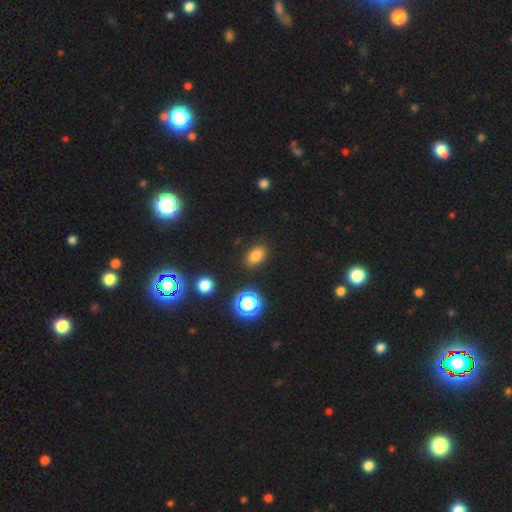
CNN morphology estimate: The model was most divided on "how rounded": in between: 80%, round: 18%, cigar-shaped: 2%. More confident: merging — none (87%); smooth or featured — smooth (78%).